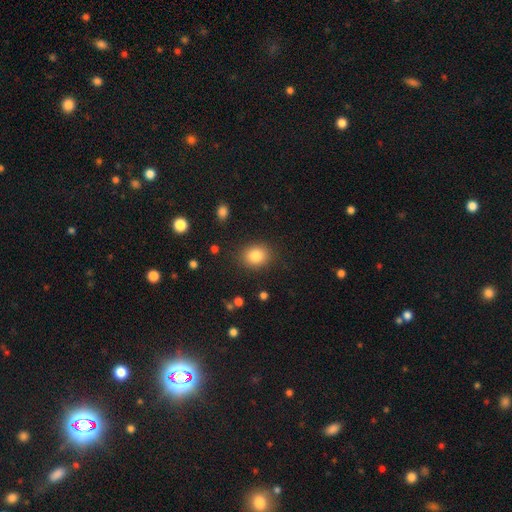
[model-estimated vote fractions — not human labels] Smooth or featured: smooth — 83% (star or artifact — 10%)
How rounded: round — 61% (in between — 38%)
Merging: none — 87% (minor disturbance — 9%)